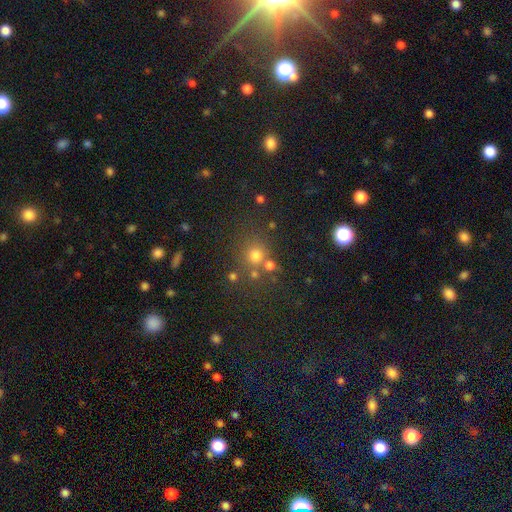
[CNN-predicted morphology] A smooth galaxy with no disk features (69%) that is round (88%).

Vote fractions:
- Smooth or featured? smooth: 69% / star or artifact: 22% / featured or disk: 9%
- How rounded? round: 88% / in between: 11% / cigar-shaped: 1%
- Merging? none: 68% / merger: 18% / minor disturbance: 10% / major disturbance: 5%